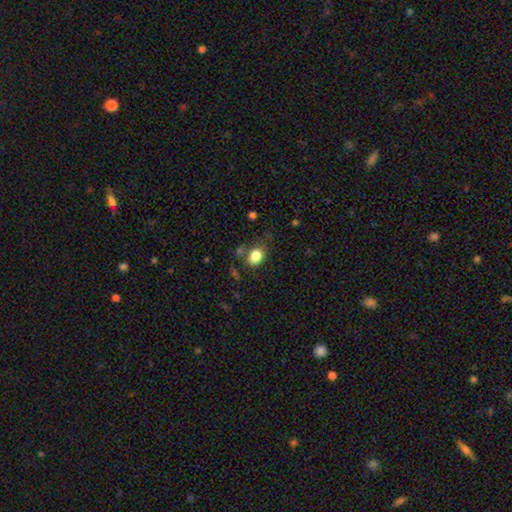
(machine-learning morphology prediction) This is clearly a smooth galaxy (84%). How rounded: likely in between (66%). Merging: likely none (68%).